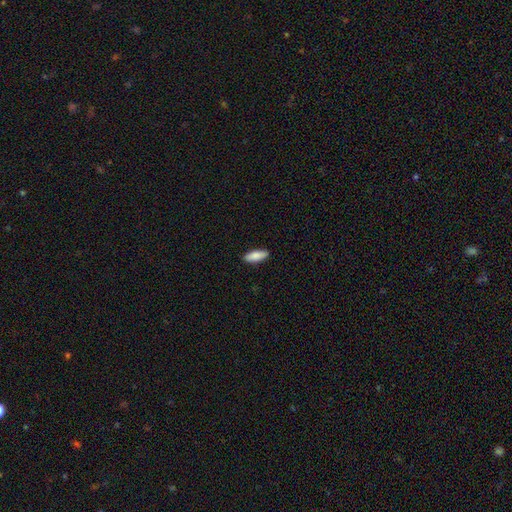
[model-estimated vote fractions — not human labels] A smooth galaxy with no disk features (85%) that is in between round and cigar-shaped (70%). Merging: none (89%).